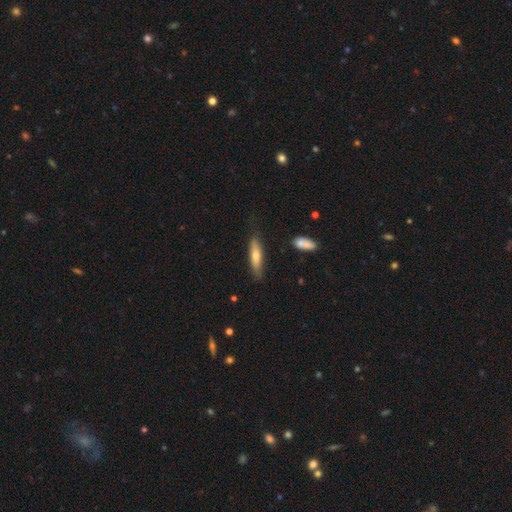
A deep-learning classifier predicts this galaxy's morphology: The model was most divided on "smooth or featured": smooth: 59%, featured or disk: 33%, star or artifact: 7%. More confident: merging — none (78%); how rounded — cigar-shaped (77%).